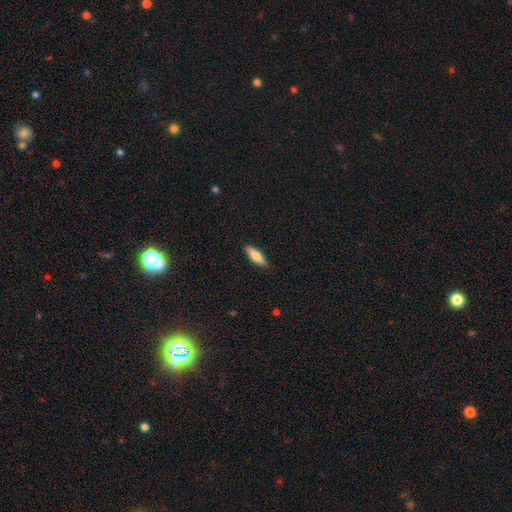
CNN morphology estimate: type=smooth (76%); roundness=cigar-shaped (53%); merging=none (88%).